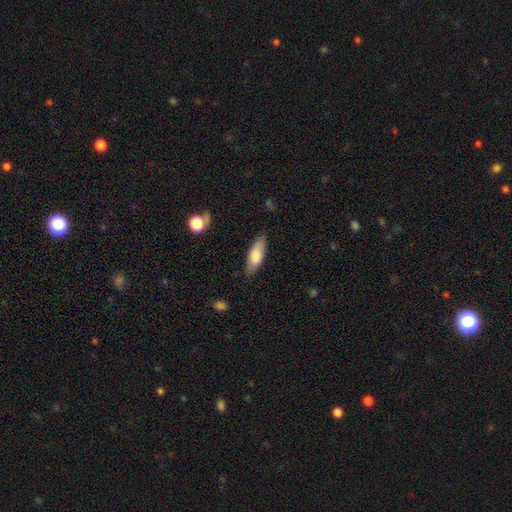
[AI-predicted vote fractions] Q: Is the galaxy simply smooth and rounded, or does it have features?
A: smooth — 77%.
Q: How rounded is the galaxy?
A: in between — 58%.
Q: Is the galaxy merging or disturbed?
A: none — 82%.